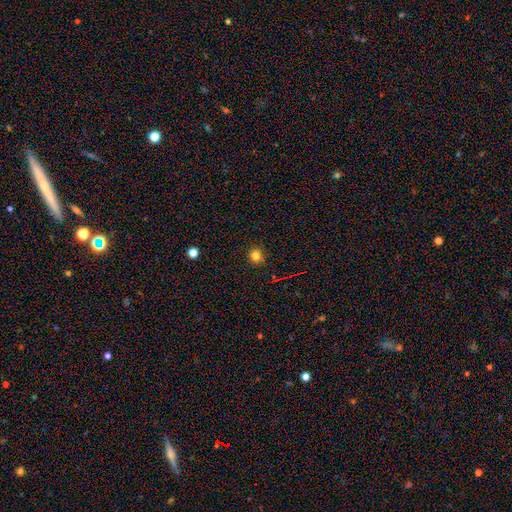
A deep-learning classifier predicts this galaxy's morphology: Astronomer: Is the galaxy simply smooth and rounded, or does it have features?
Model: smooth — 79%.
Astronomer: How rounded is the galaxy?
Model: round — 91%.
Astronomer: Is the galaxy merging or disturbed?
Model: none — 89%.